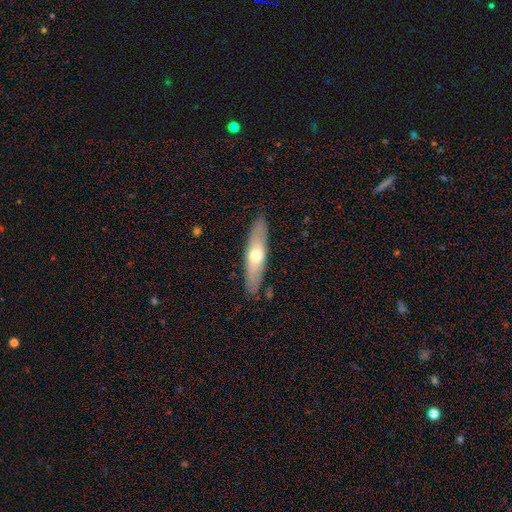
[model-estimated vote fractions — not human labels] smooth 52%, featured or disk 43%, star or artifact 6%. Down the decision tree: how rounded — cigar-shaped (67%); merging — none (86%).